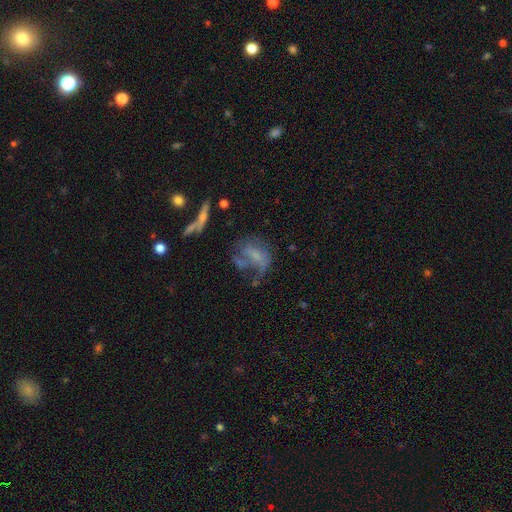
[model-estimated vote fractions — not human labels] This is possibly a featured or disk galaxy (50%). It is clearly not viewed edge-on (95%). Merging: marginally major disturbance (39%).